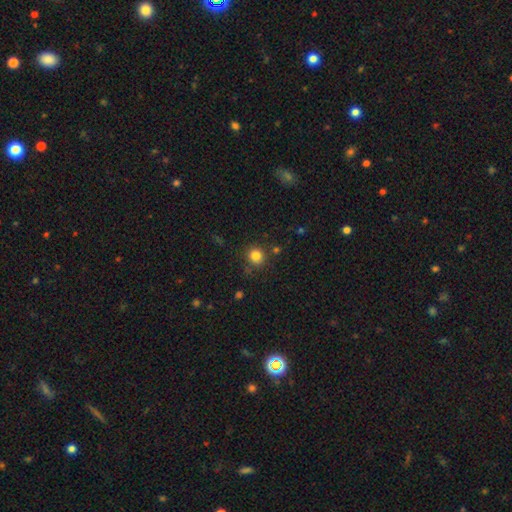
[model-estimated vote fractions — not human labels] This appears to be a smooth galaxy with no disk features (82%) that is round (91%). Merging: none (83%).